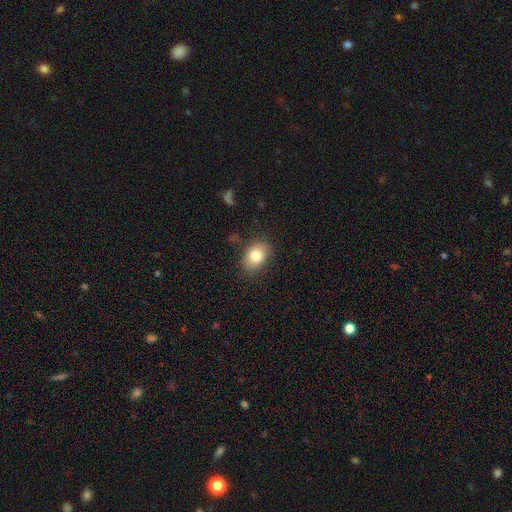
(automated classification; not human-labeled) Smooth or featured? Predicted: smooth (p=0.80). How rounded? Predicted: in between (p=0.75). Merging? Predicted: none (p=0.77).